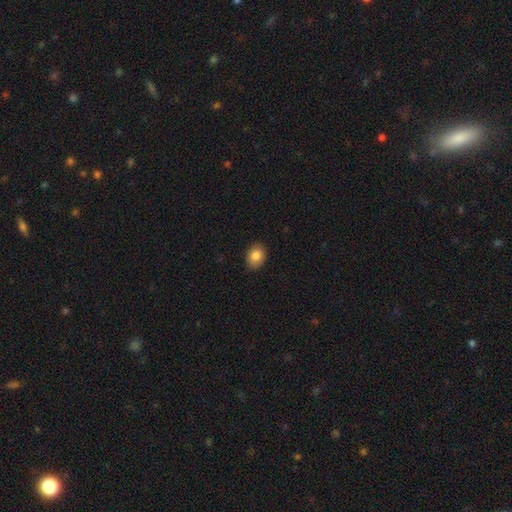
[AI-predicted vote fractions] Overall: smooth (84%). How rounded: in between (65%; round 34%). Merging: none (88%).